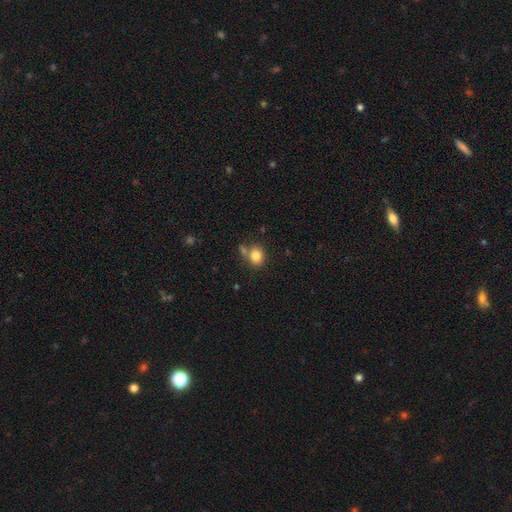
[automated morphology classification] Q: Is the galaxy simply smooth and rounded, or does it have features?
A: smooth — 81%.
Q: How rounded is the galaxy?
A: round — 68%.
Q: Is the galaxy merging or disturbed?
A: none — 63%.